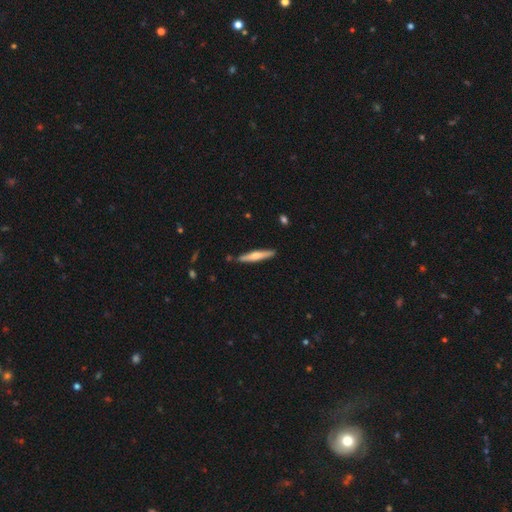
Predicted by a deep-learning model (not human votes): A featured or disk galaxy (48%).

Vote fractions:
- Smooth or featured? featured or disk: 48% / smooth: 47% / star or artifact: 5%
- Merging? none: 88% / minor disturbance: 8% / merger: 2% / major disturbance: 2%